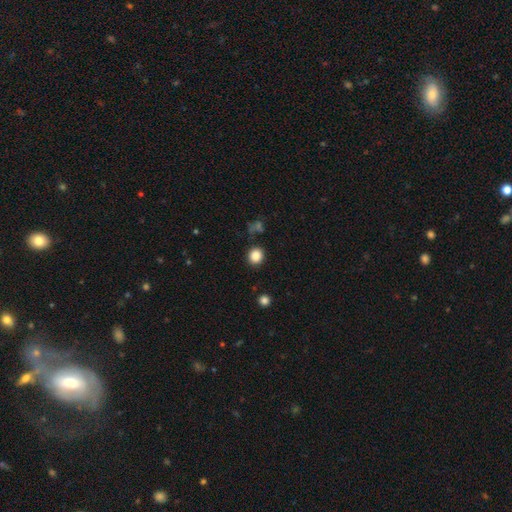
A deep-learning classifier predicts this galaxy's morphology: A smooth galaxy with no disk features (86%) that is round (85%). Merging: none (85%).